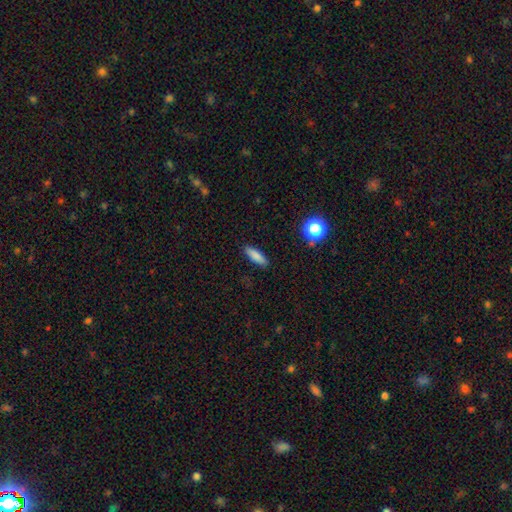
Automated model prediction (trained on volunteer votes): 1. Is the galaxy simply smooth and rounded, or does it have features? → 83% smooth, 9% star or artifact, 8% featured or disk.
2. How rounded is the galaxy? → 61% cigar-shaped, 37% in between, 2% round.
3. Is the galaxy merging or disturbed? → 88% none, 8% minor disturbance, 2% major disturbance, 1% merger.